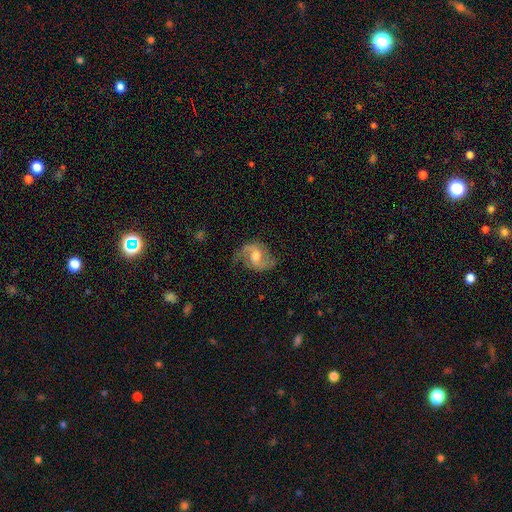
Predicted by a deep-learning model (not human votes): Morphology: type=featured or disk (79%); edge-on=no (97%); bar=weak (53%); spiral arms=yes (94%); winding=medium (48%); arm count=2 (89%); bulge=moderate (63%); merging=none (70%).